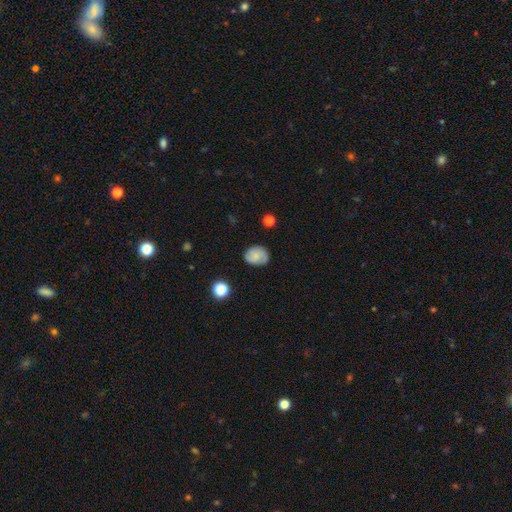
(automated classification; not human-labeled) Smooth or featured? smooth (56%)
How rounded? in between (50%)
Merging? none (75%)